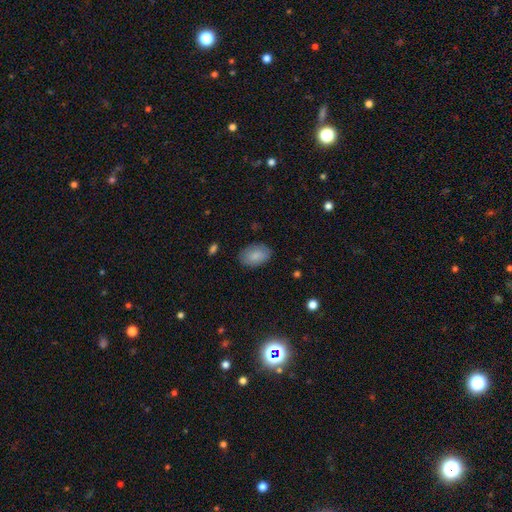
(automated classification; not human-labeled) smooth 86%, featured or disk 8%, star or artifact 6%. Down the decision tree: how rounded — in between (90%); merging — none (83%).